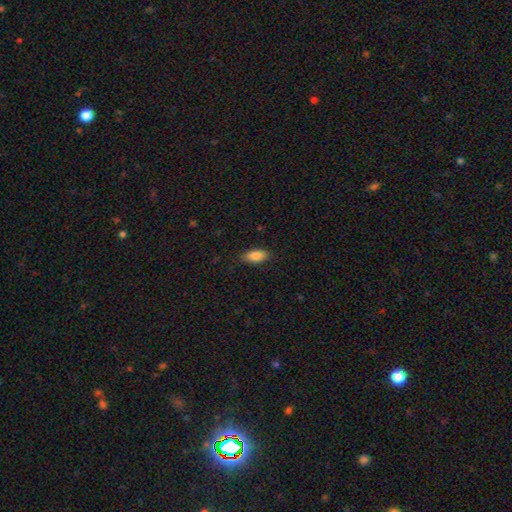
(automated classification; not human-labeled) Smooth or featured? smooth (84%)
How rounded? in between (87%)
Merging? none (85%)